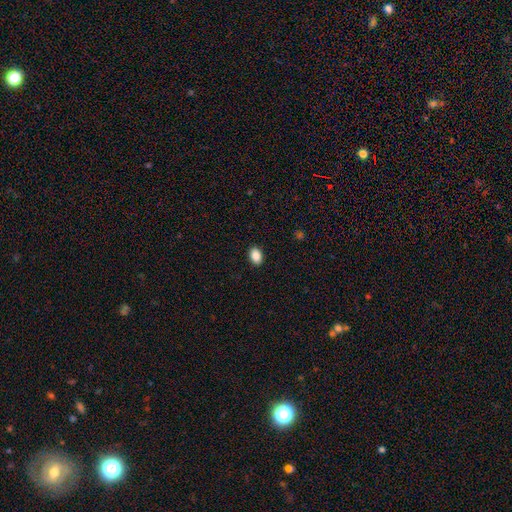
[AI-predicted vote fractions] Smooth or featured? smooth (89%)
How rounded? in between (83%)
Merging? none (90%)